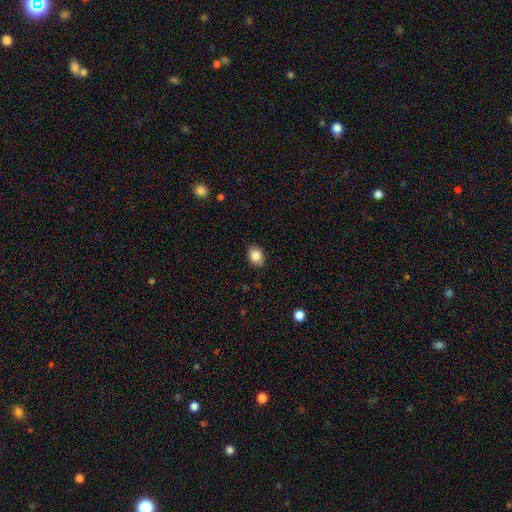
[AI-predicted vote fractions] Q: Smooth or featured?
A: smooth (85%); runner-up: star or artifact (8%)
Q: How rounded?
A: in between (71%); runner-up: round (28%)
Q: Merging?
A: none (86%); runner-up: minor disturbance (11%)